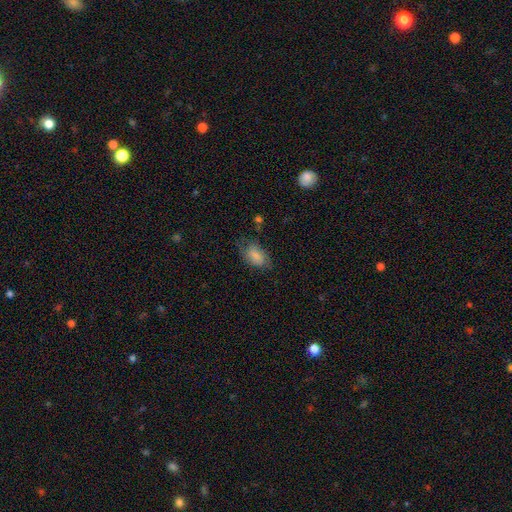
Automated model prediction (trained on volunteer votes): Smooth or featured? smooth (74%)
How rounded? in between (91%)
Merging? none (53%)